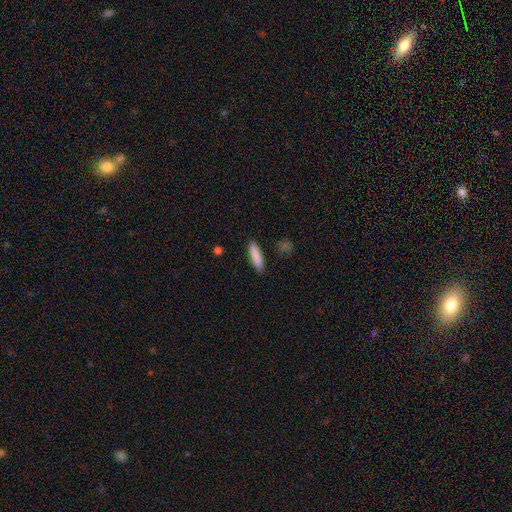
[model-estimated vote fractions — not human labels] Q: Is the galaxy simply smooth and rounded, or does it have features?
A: smooth — 87%.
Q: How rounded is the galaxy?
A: cigar-shaped — 76%.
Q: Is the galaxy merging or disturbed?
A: none — 88%.